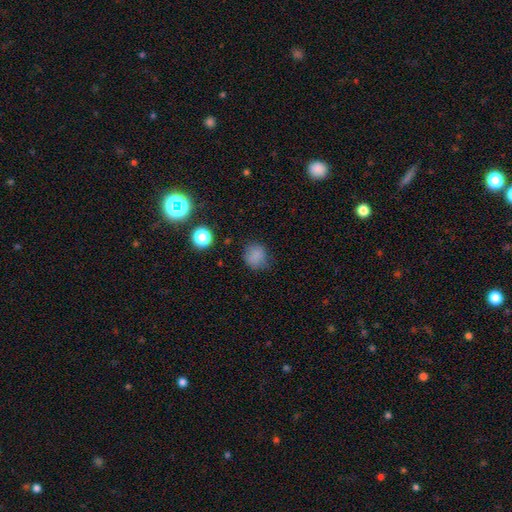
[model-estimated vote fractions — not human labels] Smooth or featured? smooth (80%)
How rounded? round (86%)
Merging? none (76%)